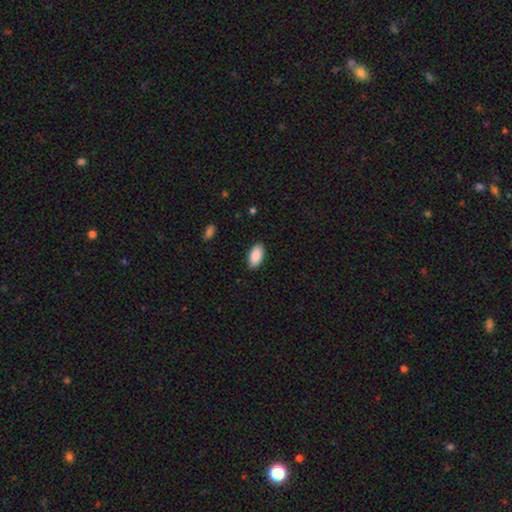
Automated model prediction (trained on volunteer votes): Smooth or featured? Predicted: smooth (p=0.89). How rounded? Predicted: in between (p=0.95). Merging? Predicted: none (p=0.87).